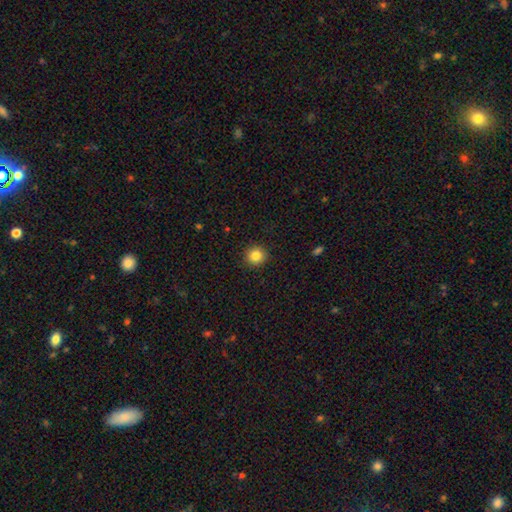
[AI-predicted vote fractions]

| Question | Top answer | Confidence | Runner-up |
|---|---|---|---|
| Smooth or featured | smooth | 84% | star or artifact (11%) |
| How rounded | round | 93% | in between (6%) |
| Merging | none | 92% | minor disturbance (5%) |